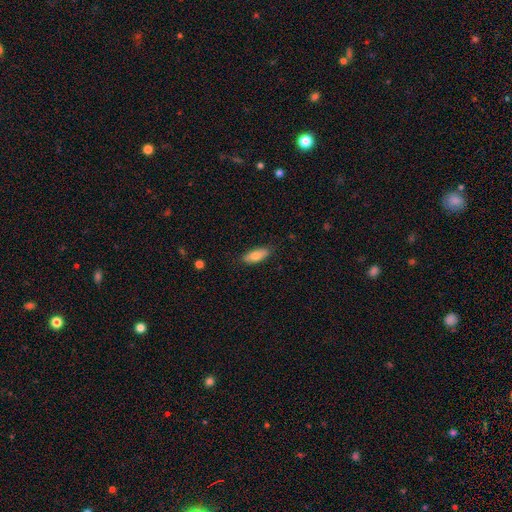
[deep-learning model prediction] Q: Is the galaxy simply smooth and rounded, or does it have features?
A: smooth — 77%.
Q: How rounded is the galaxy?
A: in between — 79%.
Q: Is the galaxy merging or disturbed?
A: none — 83%.